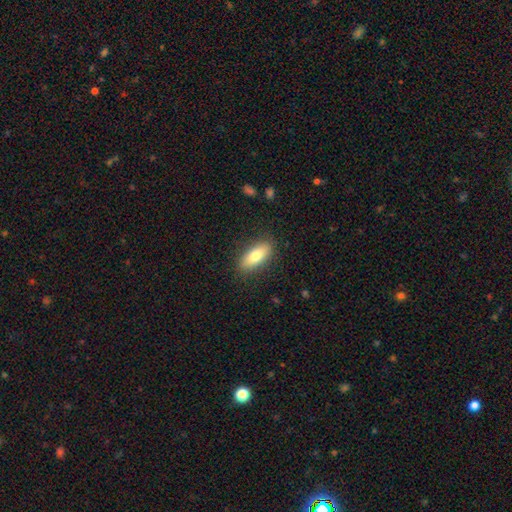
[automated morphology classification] type=smooth (77%); roundness=in between (75%); merging=none (87%).